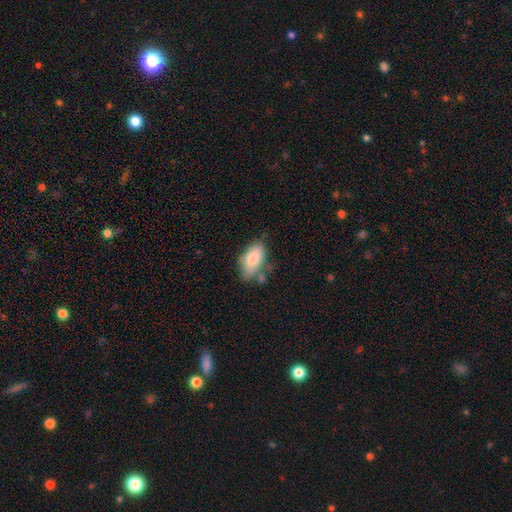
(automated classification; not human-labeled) The model was most divided on "merging": none: 62%, minor disturbance: 24%, merger: 9%, major disturbance: 6%. More confident: how rounded — in between (92%); smooth or featured — smooth (79%).